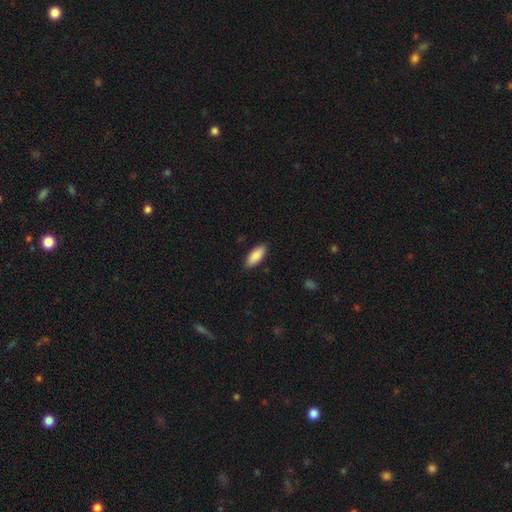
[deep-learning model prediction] The model was most divided on "how rounded": in between: 82%, cigar-shaped: 16%, round: 2%. More confident: merging — none (88%); smooth or featured — smooth (87%).